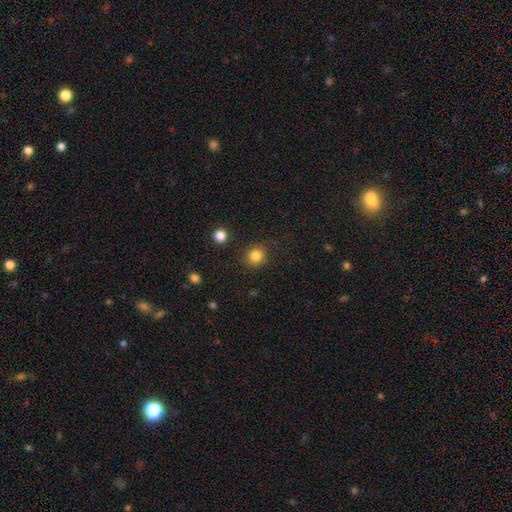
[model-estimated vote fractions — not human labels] The model was most divided on "smooth or featured": smooth: 83%, star or artifact: 12%, featured or disk: 5%. More confident: how rounded — round (88%); merging — none (87%).